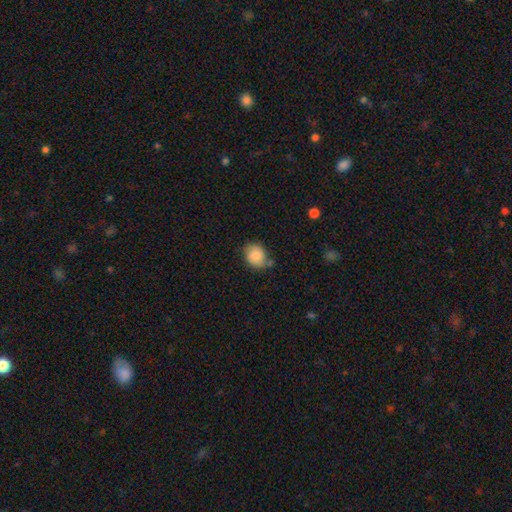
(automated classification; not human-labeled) smooth-or-featured: smooth: 86% | star or artifact: 8% | featured or disk: 7%
  how-rounded: round: 56% | in between: 43% | cigar-shaped: 1%
  merging: none: 68% | minor disturbance: 21% | merger: 6% | major disturbance: 5%